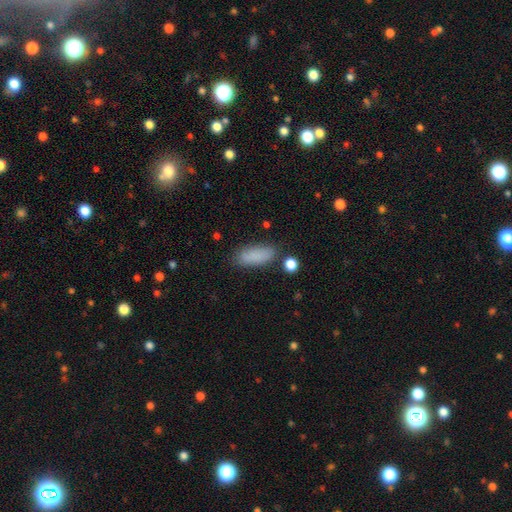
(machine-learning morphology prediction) Smooth or featured: smooth — 87% (star or artifact — 8%)
How rounded: in between — 73% (cigar-shaped — 24%)
Merging: none — 79% (minor disturbance — 13%)